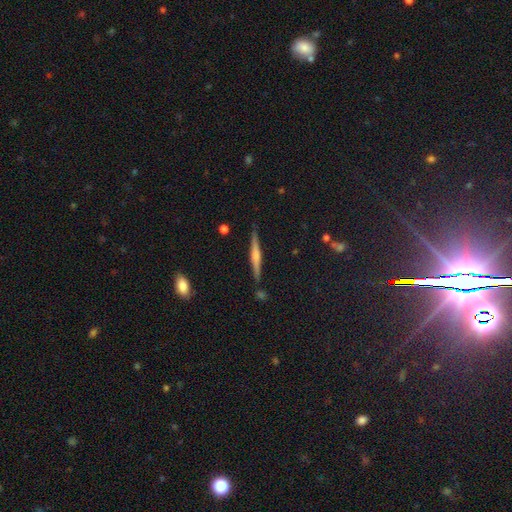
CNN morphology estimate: A featured or disk galaxy (65%) viewed edge-on (98%) with a rounded central bulge (64%).

Vote fractions:
- Smooth or featured? featured or disk: 65% / smooth: 28% / star or artifact: 7%
- Edge-on disk? yes: 98% / no: 2%
- Edge-on bulge? rounded: 64% / boxy: 22% / none: 14%
- Merging? none: 87% / minor disturbance: 9% / merger: 2% / major disturbance: 2%